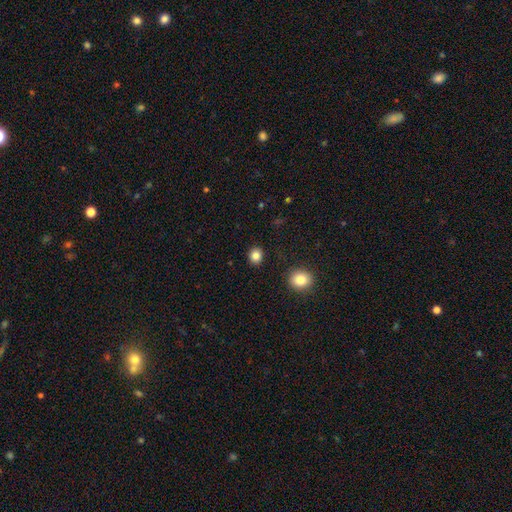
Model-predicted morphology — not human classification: Smooth or featured: smooth — 84% (star or artifact — 11%)
How rounded: round — 76% (in between — 23%)
Merging: none — 90% (minor disturbance — 6%)